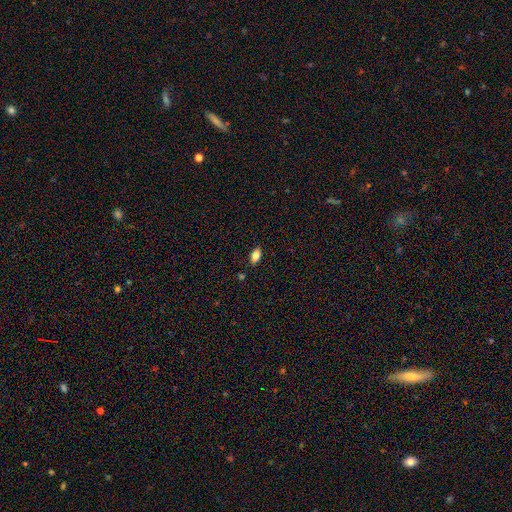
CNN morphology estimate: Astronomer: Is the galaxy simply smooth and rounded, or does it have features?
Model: smooth — 80%.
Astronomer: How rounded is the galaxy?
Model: in between — 90%.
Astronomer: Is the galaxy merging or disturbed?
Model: none — 85%.